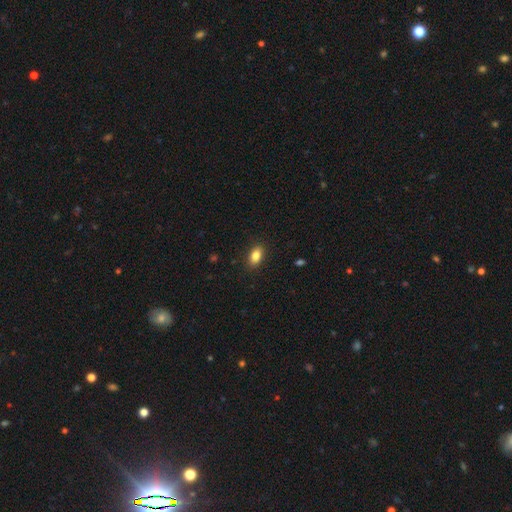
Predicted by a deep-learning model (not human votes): Morphology: type=smooth (84%); roundness=in between (88%); merging=none (88%).